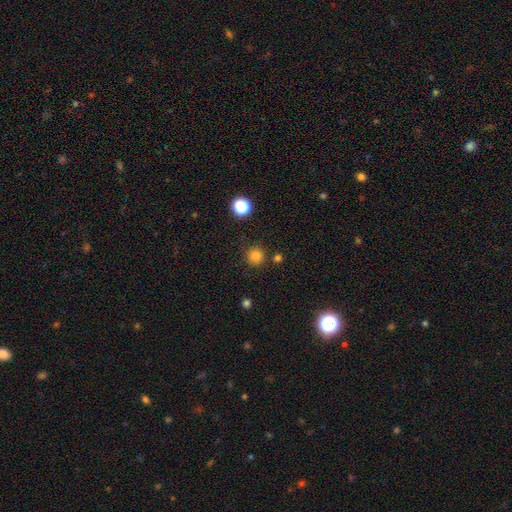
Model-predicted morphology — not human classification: type=smooth (80%); roundness=round (94%); merging=none (86%).